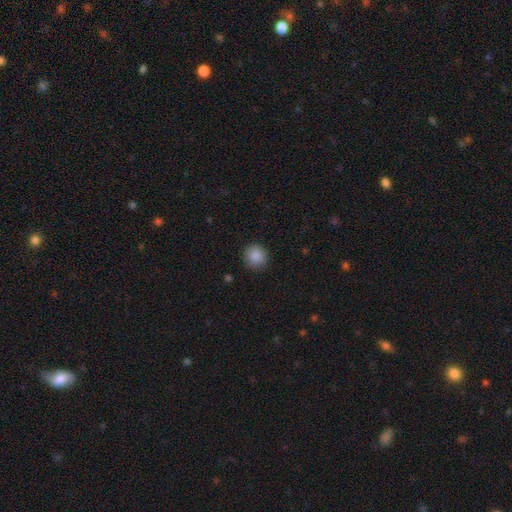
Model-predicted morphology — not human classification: A smooth galaxy with no disk features (88%) that is round (93%).

Vote fractions:
- Smooth or featured? smooth: 88% / star or artifact: 9% / featured or disk: 4%
- How rounded? round: 93% / in between: 6% / cigar-shaped: 1%
- Merging? none: 91% / minor disturbance: 6% / major disturbance: 2% / merger: 1%